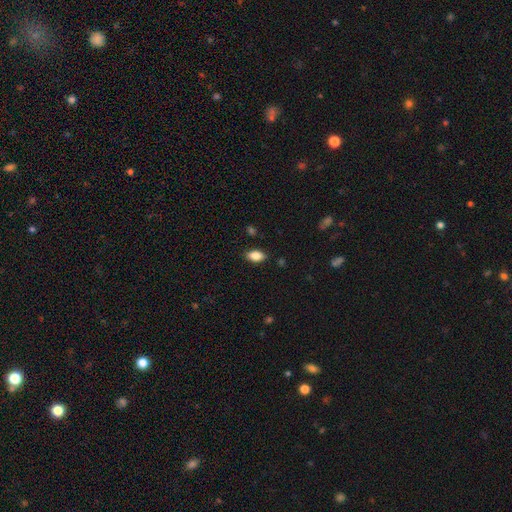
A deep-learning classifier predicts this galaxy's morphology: Smooth or featured? Predicted: smooth (p=0.85). How rounded? Predicted: in between (p=0.90). Merging? Predicted: none (p=0.86).